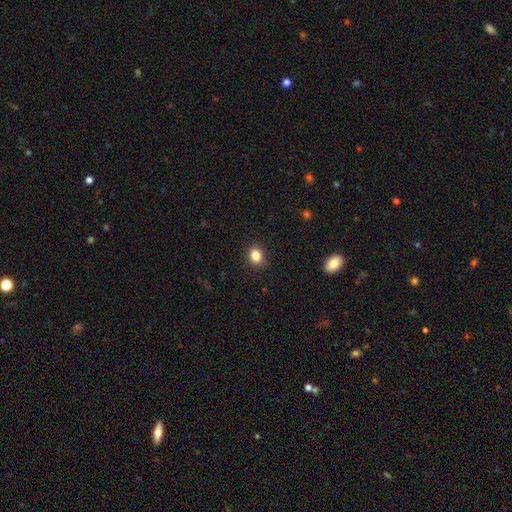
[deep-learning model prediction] Smooth or featured: smooth — 84% (star or artifact — 11%)
How rounded: round — 59% (in between — 40%)
Merging: none — 87% (minor disturbance — 10%)